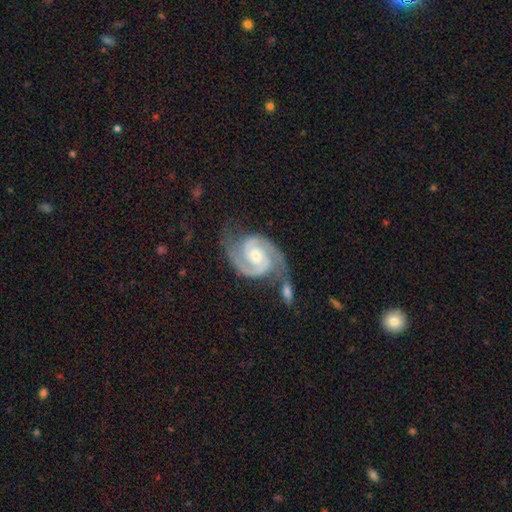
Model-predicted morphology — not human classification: A featured or disk galaxy (92%) with no bar (52%), 2 (91%) medium (48%) spiral arms (98%) and a moderate central bulge (54%).

Vote fractions:
- Smooth or featured? featured or disk: 92% / smooth: 4% / star or artifact: 4%
- Edge-on disk? no: 98% / yes: 2%
- Bar? no: 52% / weak: 37% / strong: 11%
- Spiral arms? yes: 98% / no: 2%
- Spiral winding? medium: 48% / tight: 44% / loose: 8%
- Spiral arm count? 2: 91% / 3: 3% / can't tell: 2% / 1: 2% / 4: 1% / more than 4: 1%
- Bulge size? moderate: 54% / small: 39% / large: 4% / none: 3% / dominant: 1%
- Merging? none: 49% / merger: 21% / minor disturbance: 20% / major disturbance: 10%